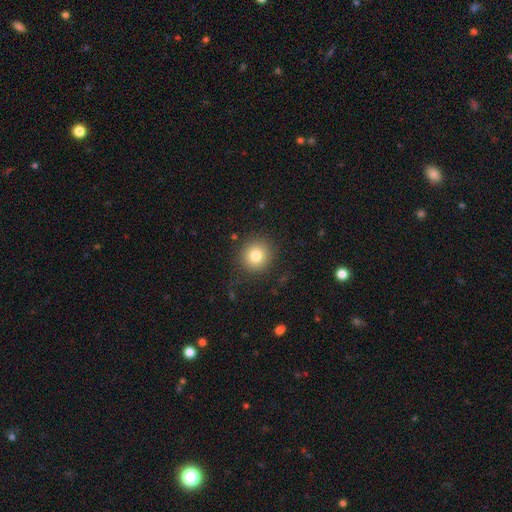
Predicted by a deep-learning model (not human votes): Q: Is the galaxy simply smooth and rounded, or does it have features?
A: smooth — 80%.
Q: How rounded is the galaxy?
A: round — 91%.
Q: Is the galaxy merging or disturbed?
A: none — 87%.